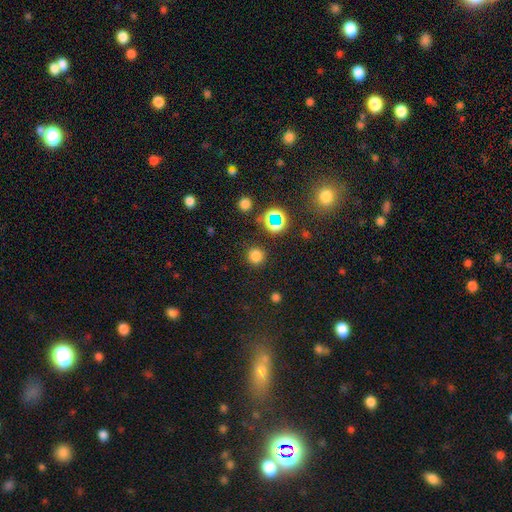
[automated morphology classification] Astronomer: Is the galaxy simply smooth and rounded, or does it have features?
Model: smooth — 75%.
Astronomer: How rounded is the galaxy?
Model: round — 94%.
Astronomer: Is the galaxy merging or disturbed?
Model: none — 89%.